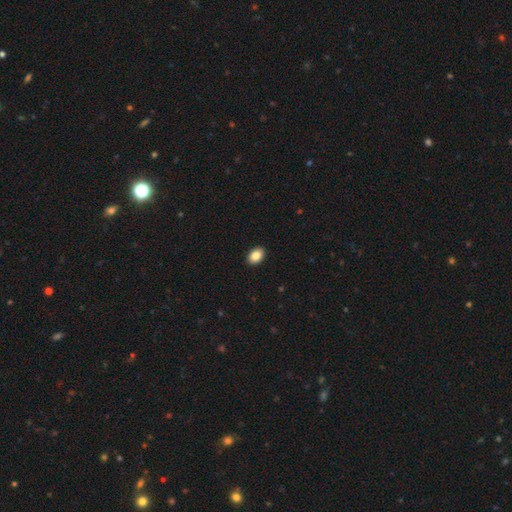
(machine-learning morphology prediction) Smooth or featured? smooth (85%)
How rounded? in between (83%)
Merging? none (91%)